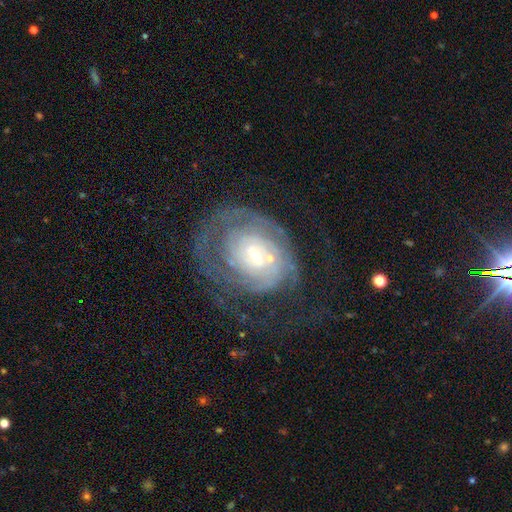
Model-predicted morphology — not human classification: The model was most divided on "spiral arm count": can't tell: 42%, 2: 27%, 3: 11%, 1: 10%, 4: 6%, more than 4: 5%. Remaining: edge-on disk — no (97%); spiral arms — yes (89%); smooth or featured — featured or disk (80%); spiral winding — tight (67%); bulge size — small (63%); bar — no (54%); merging — none (46%).